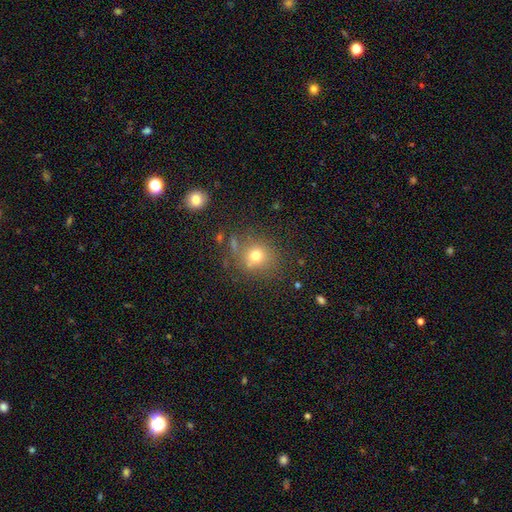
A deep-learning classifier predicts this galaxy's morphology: This appears to be a smooth galaxy with no disk features (72%) that is round (84%). Merging: none (76%).